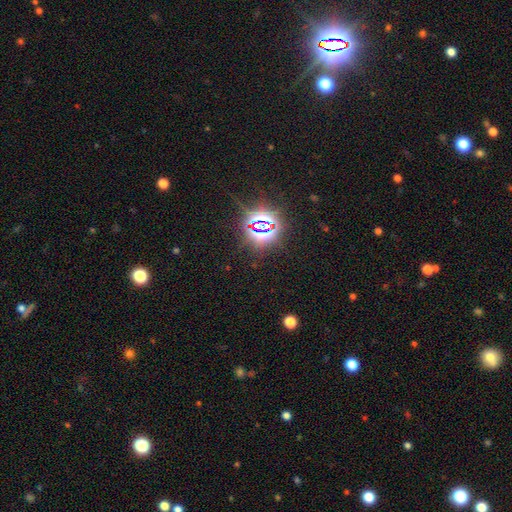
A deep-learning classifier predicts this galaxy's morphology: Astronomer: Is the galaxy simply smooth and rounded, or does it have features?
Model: star or artifact — 81%.